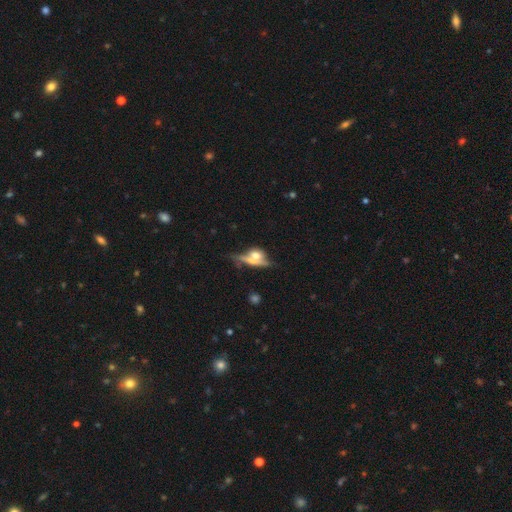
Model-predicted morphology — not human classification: Smooth or featured?
  - smooth: 49% *
  - featured or disk: 40%
  - star or artifact: 10%
Merging?
  - merger: 42% *
  - none: 36%
  - minor disturbance: 12%
  - major disturbance: 9%